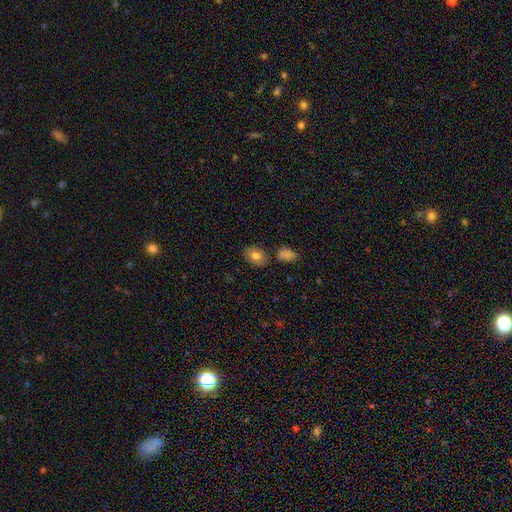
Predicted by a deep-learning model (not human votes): Smooth or featured? smooth (79%)
How rounded? in between (76%)
Merging? none (78%)